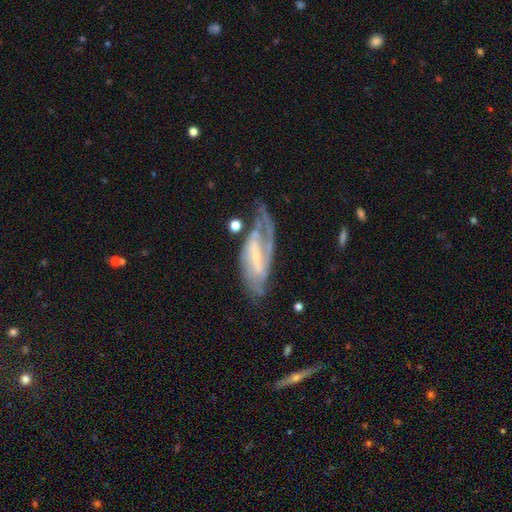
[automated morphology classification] Smooth or featured? Predicted: featured or disk (p=0.81). Edge-on disk? Predicted: no (p=0.91). Bar? Predicted: weak (p=0.41). Spiral arms? Predicted: yes (p=0.90). Spiral winding? Predicted: medium (p=0.45). Spiral arm count? Predicted: 2 (p=0.55). Bulge size? Predicted: small (p=0.67). Merging? Predicted: none (p=0.48).